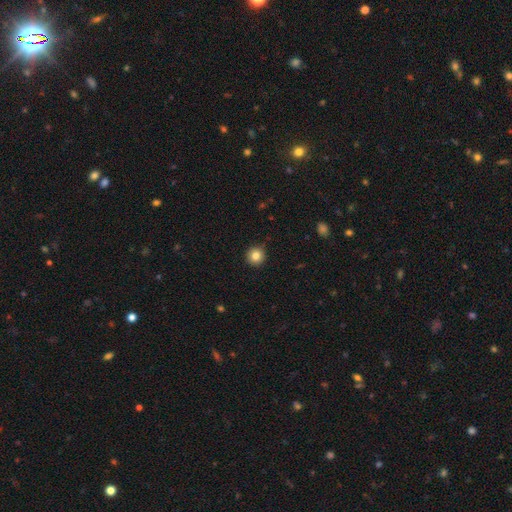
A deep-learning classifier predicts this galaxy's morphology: Smooth or featured?
  - smooth: 83% *
  - star or artifact: 10%
  - featured or disk: 7%
How rounded?
  - round: 95% *
  - in between: 4%
  - cigar-shaped: 1%
Merging?
  - none: 92% *
  - minor disturbance: 6%
  - major disturbance: 1%
  - merger: 1%